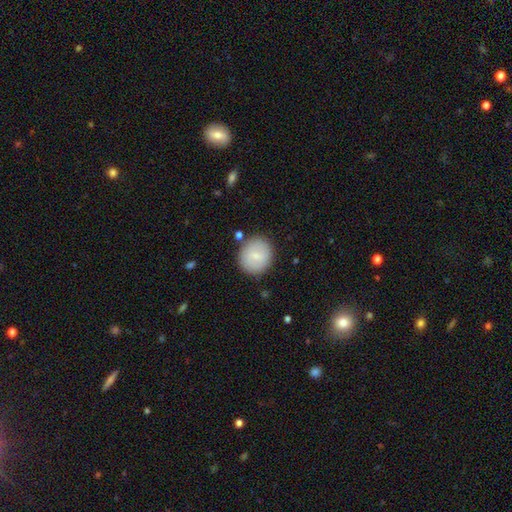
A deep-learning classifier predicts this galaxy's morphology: smooth_or_featured: smooth (p=0.78) [alt: featured or disk p=0.15]
how_rounded: round (p=0.84) [alt: in between p=0.15]
merging: none (p=0.85) [alt: minor disturbance p=0.09]